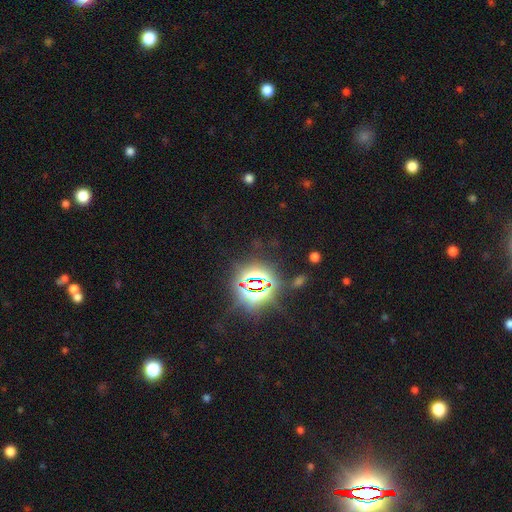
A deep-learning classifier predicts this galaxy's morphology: This appears to be a star or artifact, not a galaxy (84%).